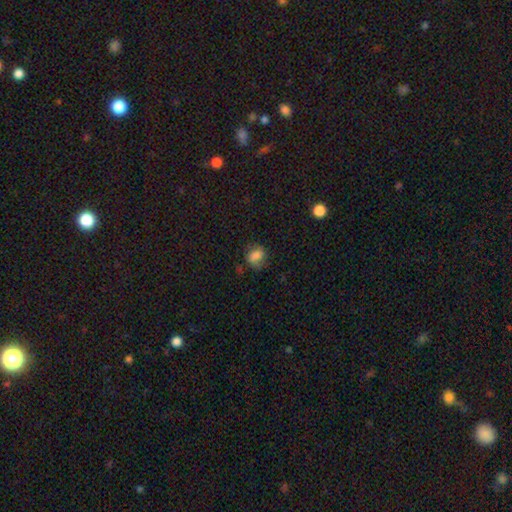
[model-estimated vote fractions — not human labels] A smooth galaxy with no disk features (74%) that is in between round and cigar-shaped (56%).

Vote fractions:
- Smooth or featured? smooth: 74% / featured or disk: 16% / star or artifact: 11%
- How rounded? in between: 56% / round: 42% / cigar-shaped: 2%
- Merging? none: 60% / minor disturbance: 26% / major disturbance: 12% / merger: 2%